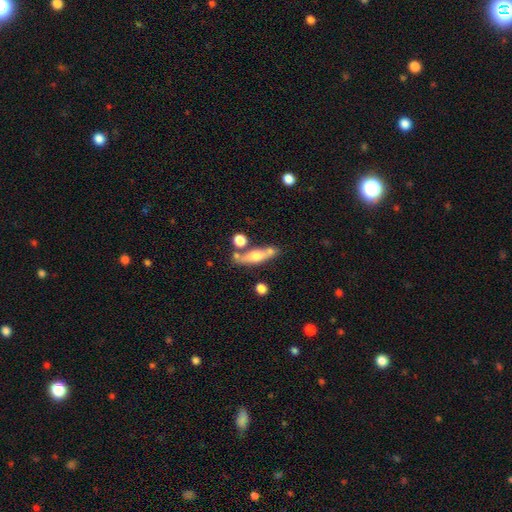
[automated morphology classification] Smooth or featured? Predicted: featured or disk (p=0.51). Edge-on disk? Predicted: yes (p=0.84). Merging? Predicted: none (p=0.65).